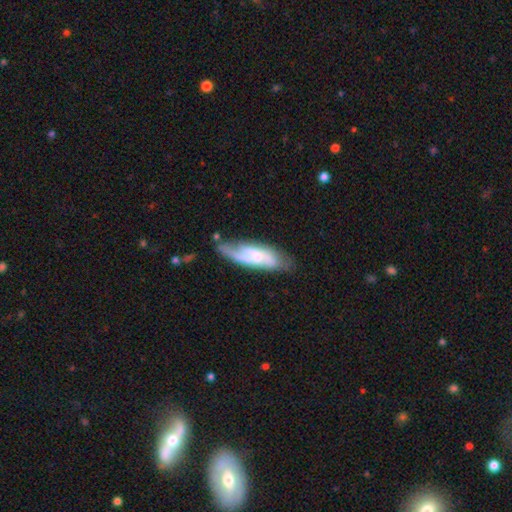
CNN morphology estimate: Q: Smooth or featured?
A: featured or disk (63%); runner-up: smooth (30%)
Q: Edge-on disk?
A: no (82%); runner-up: yes (18%)
Q: Bar?
A: no (50%); runner-up: weak (38%)
Q: Spiral arms?
A: yes (87%); runner-up: no (13%)
Q: Bulge size?
A: small (48%); runner-up: moderate (30%)
Q: Merging?
A: none (59%); runner-up: minor disturbance (26%)